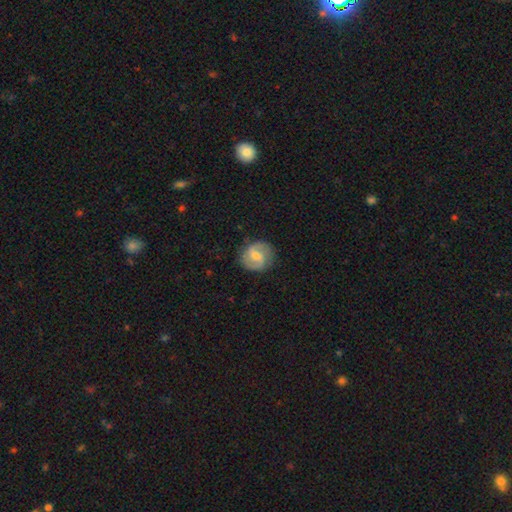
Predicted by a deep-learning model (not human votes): Q: Smooth or featured?
A: featured or disk (72%); runner-up: smooth (22%)
Q: Edge-on disk?
A: no (98%); runner-up: yes (2%)
Q: Bar?
A: weak (56%); runner-up: no (23%)
Q: Spiral arms?
A: yes (91%); runner-up: no (9%)
Q: Spiral winding?
A: medium (49%); runner-up: loose (27%)
Q: Spiral arm count?
A: 2 (90%); runner-up: can't tell (5%)
Q: Bulge size?
A: moderate (53%); runner-up: small (39%)
Q: Merging?
A: none (85%); runner-up: minor disturbance (11%)